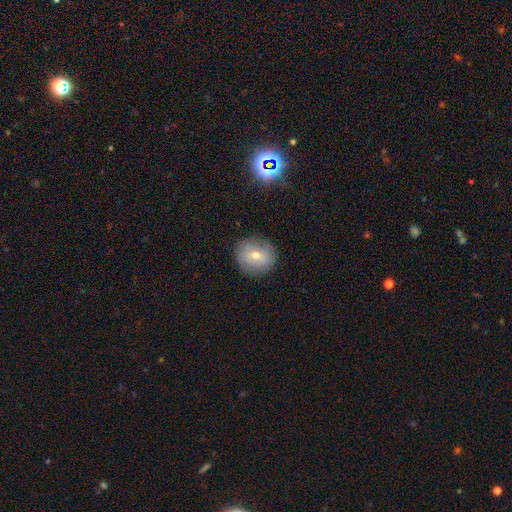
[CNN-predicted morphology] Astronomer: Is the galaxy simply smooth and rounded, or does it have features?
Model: smooth — 54% (runner-up: featured or disk, 32%).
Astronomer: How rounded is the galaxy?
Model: round — 83%.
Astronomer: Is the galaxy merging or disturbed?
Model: none — 84%.